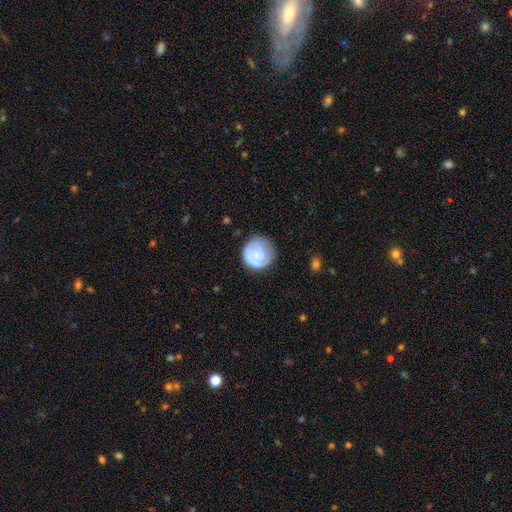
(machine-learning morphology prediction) Smooth or featured? smooth (48%)
Merging? none (70%)